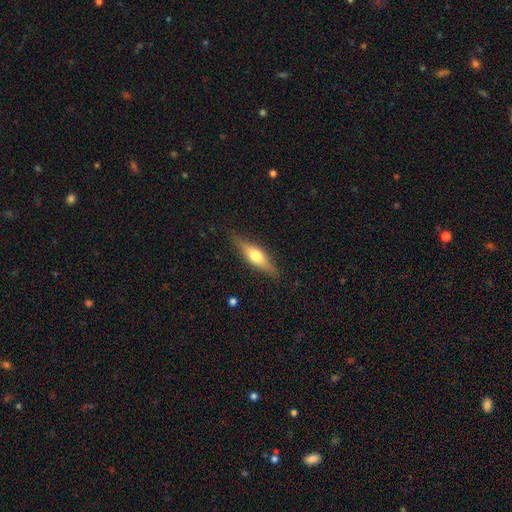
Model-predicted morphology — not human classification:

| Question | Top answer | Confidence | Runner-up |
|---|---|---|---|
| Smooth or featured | smooth | 47% | tied: featured or disk (47%) |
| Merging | none | 85% | minor disturbance (11%) |